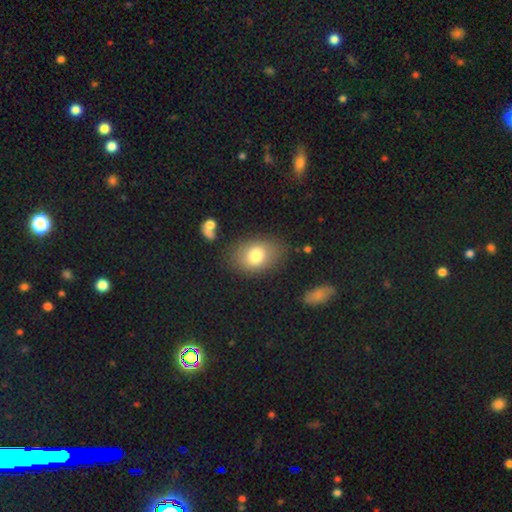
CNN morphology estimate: Overall: smooth (76%). How rounded: in between (71%). Merging: none (75%).